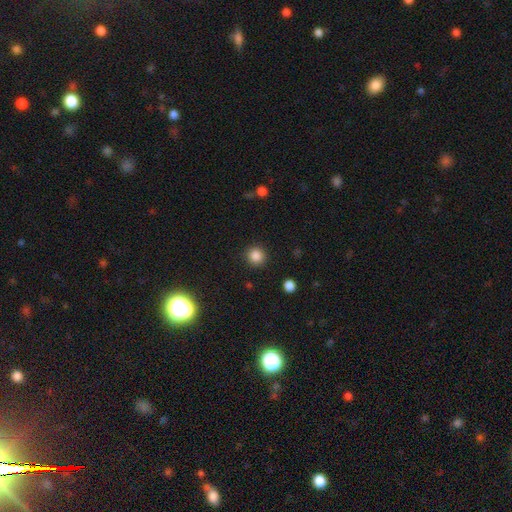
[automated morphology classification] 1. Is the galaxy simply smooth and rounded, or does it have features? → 85% smooth, 12% star or artifact, 4% featured or disk.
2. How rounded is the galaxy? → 93% round, 6% in between, 1% cigar-shaped.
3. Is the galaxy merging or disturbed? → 91% none, 6% minor disturbance, 2% major disturbance, 1% merger.